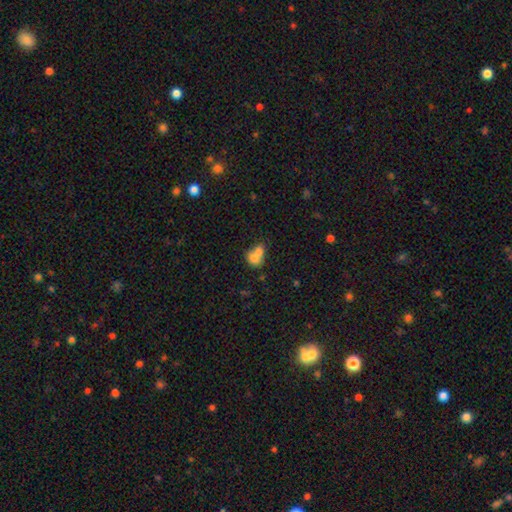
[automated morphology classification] smooth-or-featured: smooth: 72% | featured or disk: 18% | star or artifact: 10%
  how-rounded: round: 51% | in between: 48% | cigar-shaped: 1%
  merging: merger: 70% | none: 20% | minor disturbance: 6% | major disturbance: 3%